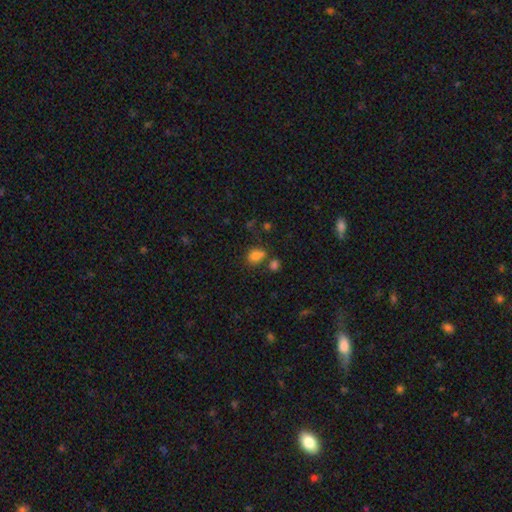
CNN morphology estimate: Smooth or featured? Predicted: smooth (p=0.78). How rounded? Predicted: in between (p=0.59). Merging? Predicted: none (p=0.53).